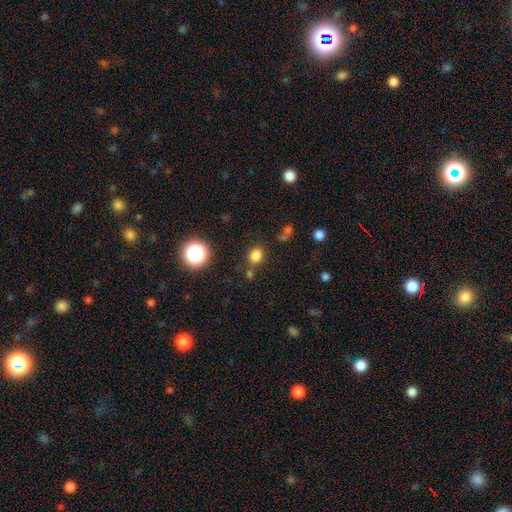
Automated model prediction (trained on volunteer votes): Smooth or featured? Predicted: smooth (p=0.80). How rounded? Predicted: round (p=0.60). Merging? Predicted: none (p=0.77).